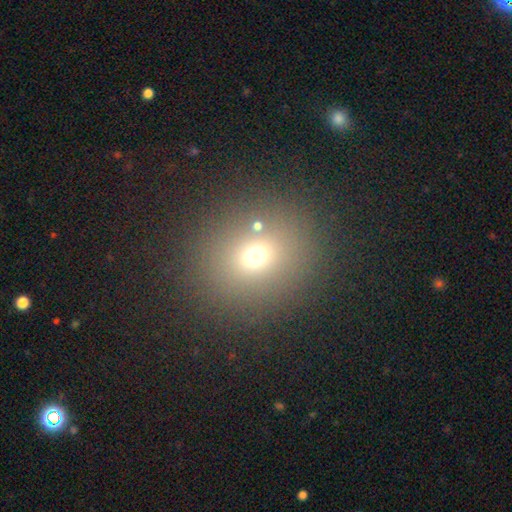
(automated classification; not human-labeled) smooth_or_featured: smooth (p=0.68) [alt: star or artifact p=0.21]
how_rounded: round (p=0.80) [alt: in between p=0.19]
merging: none (p=0.84) [alt: minor disturbance p=0.08]